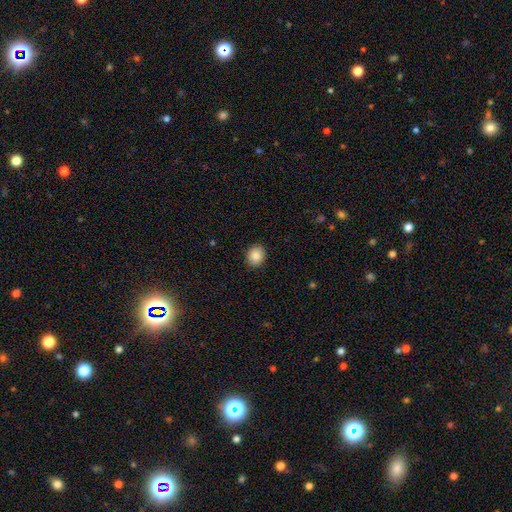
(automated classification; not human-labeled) Smooth or featured: smooth — 87% (star or artifact — 9%)
How rounded: round — 61% (in between — 39%)
Merging: none — 91% (minor disturbance — 7%)